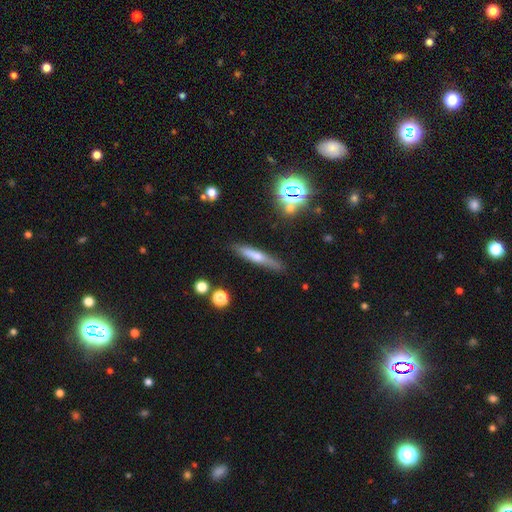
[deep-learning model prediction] Smooth or featured? Predicted: smooth (p=0.47). Merging? Predicted: none (p=0.86).